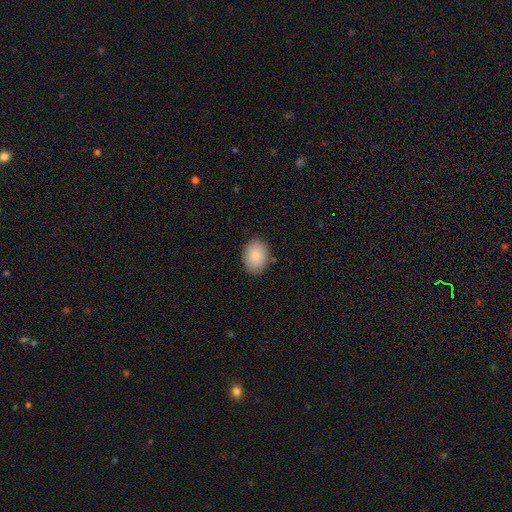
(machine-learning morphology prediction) Q: Smooth or featured?
A: smooth (87%); runner-up: star or artifact (7%)
Q: How rounded?
A: in between (74%); runner-up: round (25%)
Q: Merging?
A: none (86%); runner-up: minor disturbance (11%)